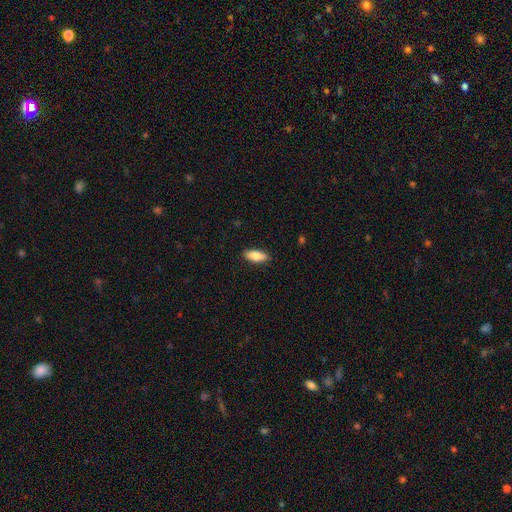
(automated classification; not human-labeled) Smooth or featured? smooth (84%)
How rounded? in between (81%)
Merging? none (89%)